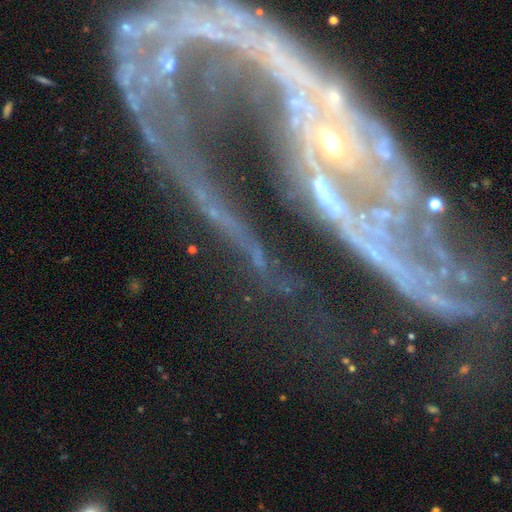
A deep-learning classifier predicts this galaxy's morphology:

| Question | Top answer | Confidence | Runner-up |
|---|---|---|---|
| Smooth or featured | featured or disk | 57% | star or artifact (27%) |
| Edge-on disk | no | 74% | yes (26%) |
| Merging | major disturbance | 31% | none (30%) |